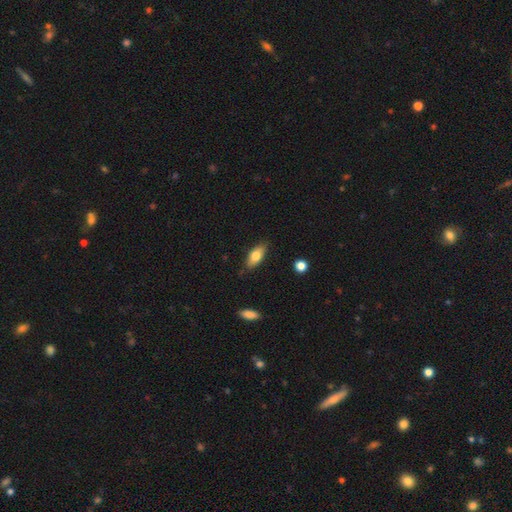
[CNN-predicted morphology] This is likely a smooth galaxy (75%). How rounded: clearly in between (80%). Merging: clearly none (80%).